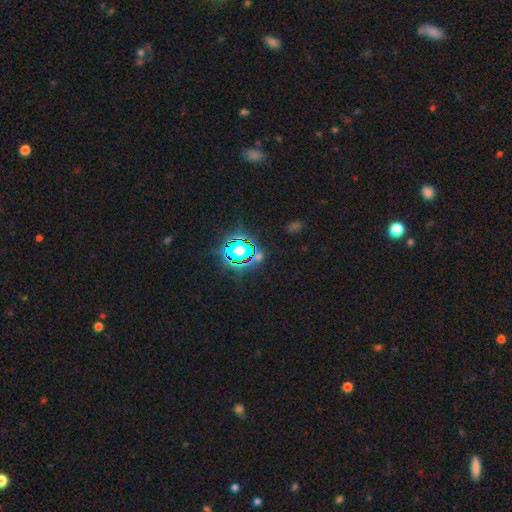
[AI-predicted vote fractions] The model was most divided on "smooth or featured": star or artifact: 75%, smooth: 17%, featured or disk: 9%.